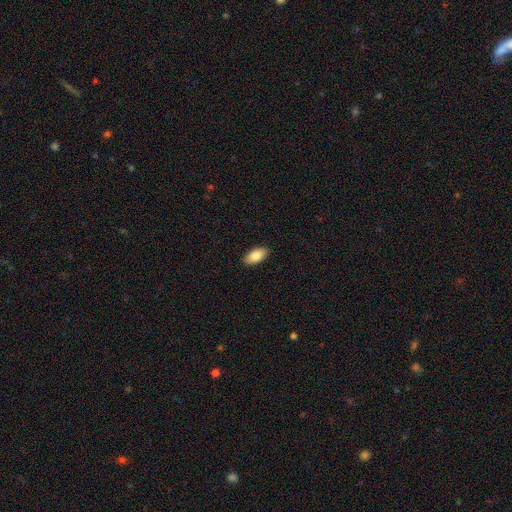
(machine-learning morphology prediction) Q: Smooth or featured?
A: smooth (86%); runner-up: featured or disk (8%)
Q: How rounded?
A: in between (93%); runner-up: cigar-shaped (4%)
Q: Merging?
A: none (90%); runner-up: minor disturbance (8%)